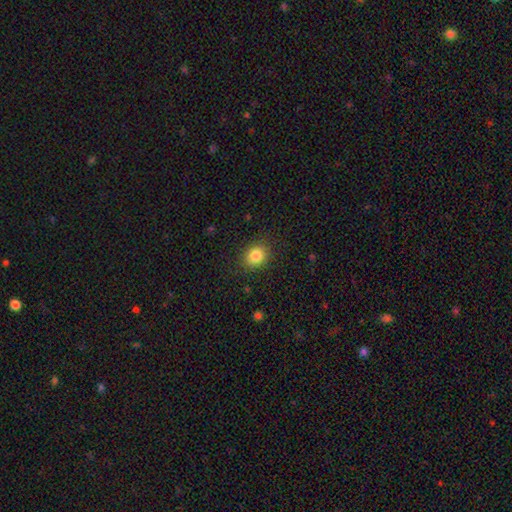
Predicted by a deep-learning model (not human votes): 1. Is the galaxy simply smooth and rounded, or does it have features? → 85% smooth, 10% star or artifact, 5% featured or disk.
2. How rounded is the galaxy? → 63% round, 36% in between, 1% cigar-shaped.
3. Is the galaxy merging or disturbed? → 86% none, 9% minor disturbance, 3% major disturbance, 1% merger.